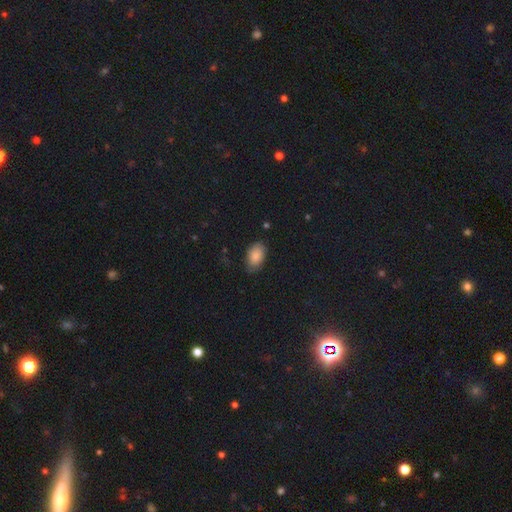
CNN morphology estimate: Overall: smooth (84%). How rounded: in between (92%). Merging: none (74%).